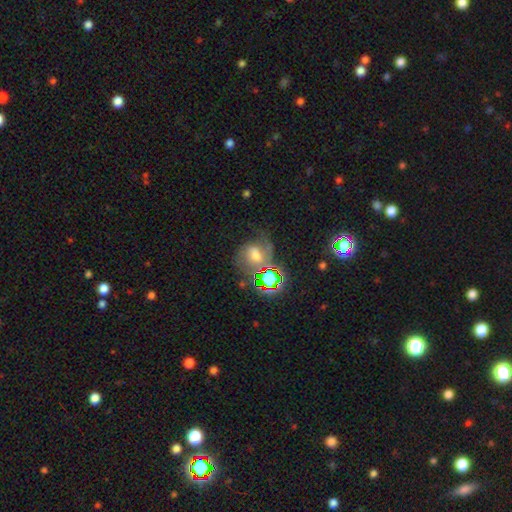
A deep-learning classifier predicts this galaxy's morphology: Smooth or featured?
  - featured or disk: 44% *
  - smooth: 30%
  - star or artifact: 26%
Merging?
  - none: 46% *
  - major disturbance: 23%
  - minor disturbance: 22%
  - merger: 9%